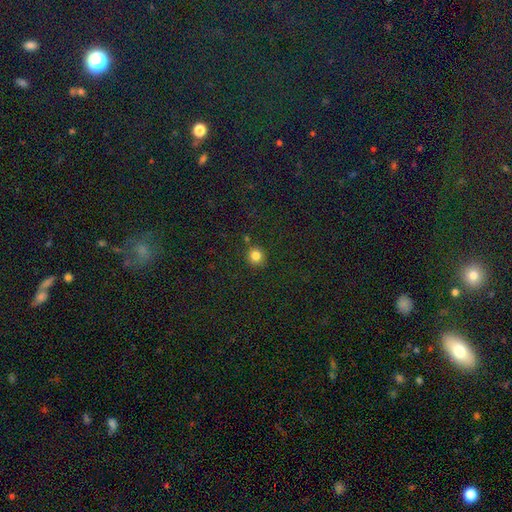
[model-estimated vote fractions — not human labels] This appears to be a smooth galaxy with no disk features (82%) that is round (92%). Merging: none (86%).